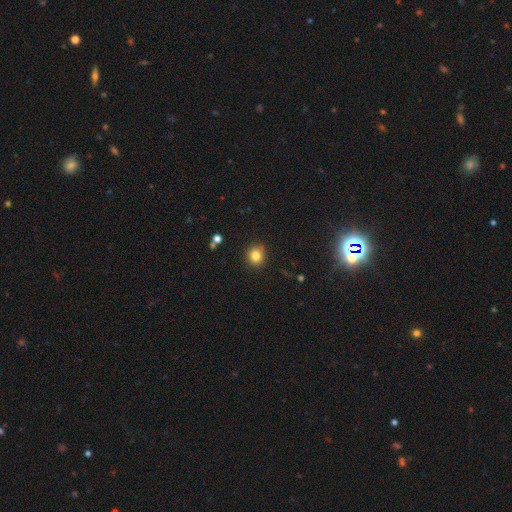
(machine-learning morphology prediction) Smooth or featured?
  - smooth: 82% *
  - star or artifact: 12%
  - featured or disk: 6%
How rounded?
  - round: 87% *
  - in between: 12%
  - cigar-shaped: 1%
Merging?
  - none: 86% *
  - minor disturbance: 10%
  - major disturbance: 2%
  - merger: 2%